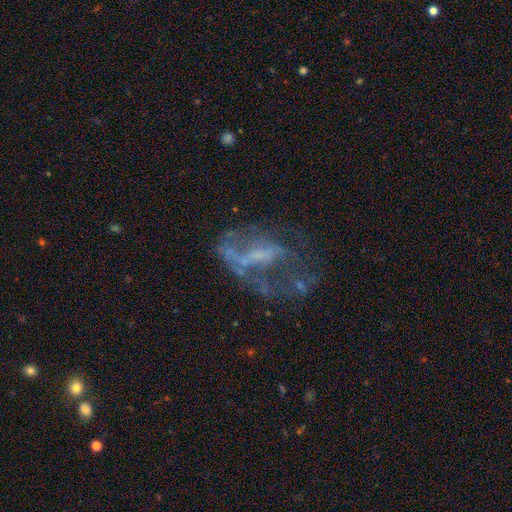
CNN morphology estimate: Q: Smooth or featured?
A: featured or disk (63%); runner-up: smooth (19%)
Q: Edge-on disk?
A: no (95%); runner-up: yes (5%)
Q: Bar?
A: no (59%); runner-up: weak (28%)
Q: Spiral arms?
A: no (72%); runner-up: yes (28%)
Q: Bulge size?
A: none (51%); runner-up: small (30%)
Q: Merging?
A: major disturbance (42%); runner-up: none (34%)